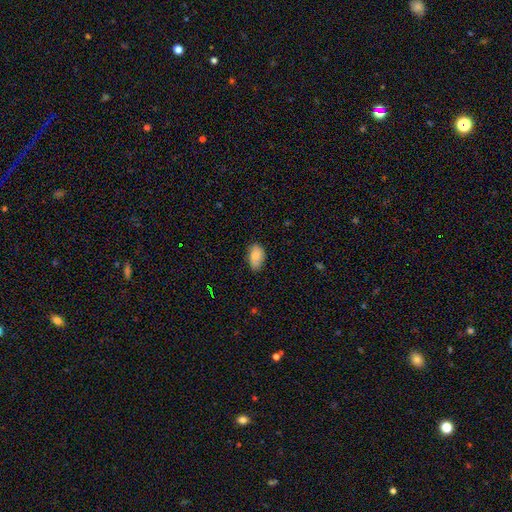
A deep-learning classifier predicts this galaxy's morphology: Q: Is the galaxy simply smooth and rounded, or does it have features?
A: smooth — 79%.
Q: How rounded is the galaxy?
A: in between — 91%.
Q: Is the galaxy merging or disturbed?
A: none — 70%.